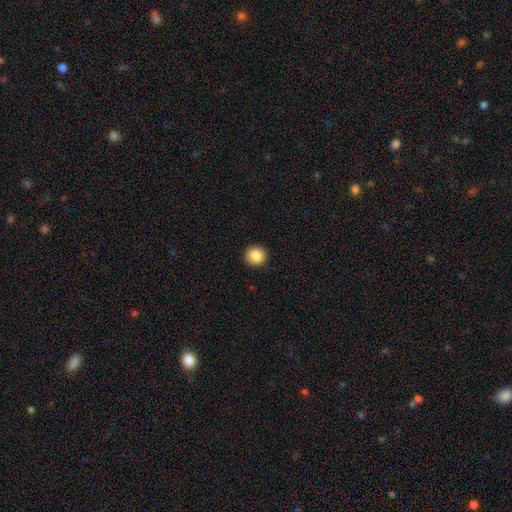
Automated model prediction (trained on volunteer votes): A smooth galaxy with no disk features (87%) that is round (93%). Merging: none (92%).